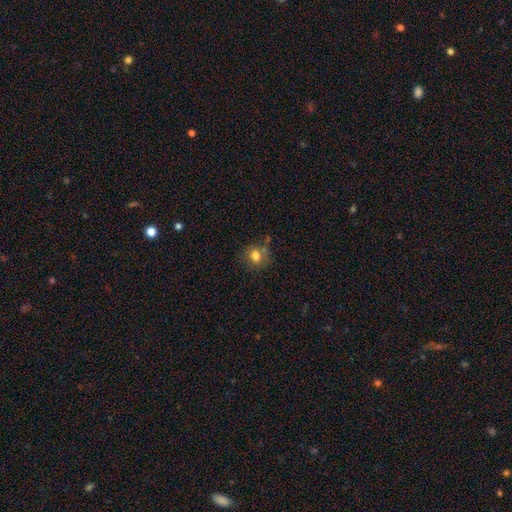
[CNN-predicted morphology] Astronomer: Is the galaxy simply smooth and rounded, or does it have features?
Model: smooth — 78%.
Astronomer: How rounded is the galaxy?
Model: round — 74%.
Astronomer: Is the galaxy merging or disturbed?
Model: none — 66%.